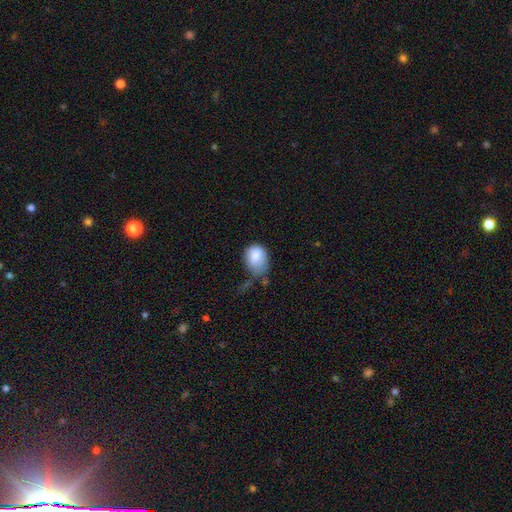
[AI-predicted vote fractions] This appears to be a smooth galaxy with no disk features (81%) that is in between round and cigar-shaped (52%). Merging: minor disturbance (37%).